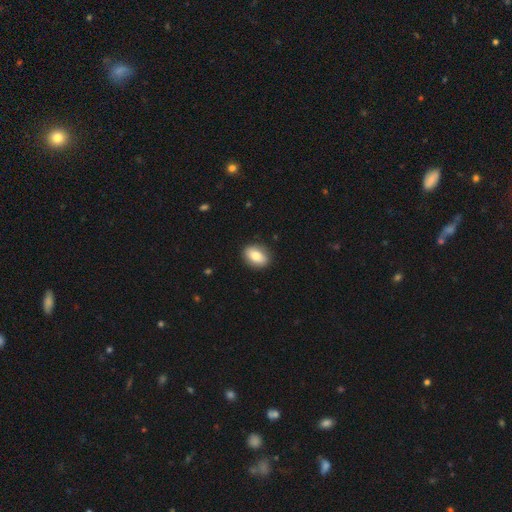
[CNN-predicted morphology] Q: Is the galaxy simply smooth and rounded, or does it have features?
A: smooth — 81%.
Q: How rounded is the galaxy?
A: in between — 80%.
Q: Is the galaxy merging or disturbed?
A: none — 88%.